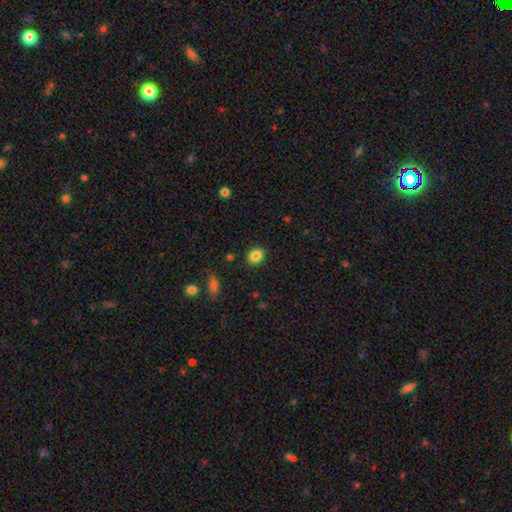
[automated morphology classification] Smooth or featured?
  - smooth: 85% *
  - star or artifact: 10%
  - featured or disk: 5%
How rounded?
  - round: 52% *
  - in between: 47%
  - cigar-shaped: 1%
Merging?
  - none: 88% *
  - minor disturbance: 8%
  - major disturbance: 2%
  - merger: 1%